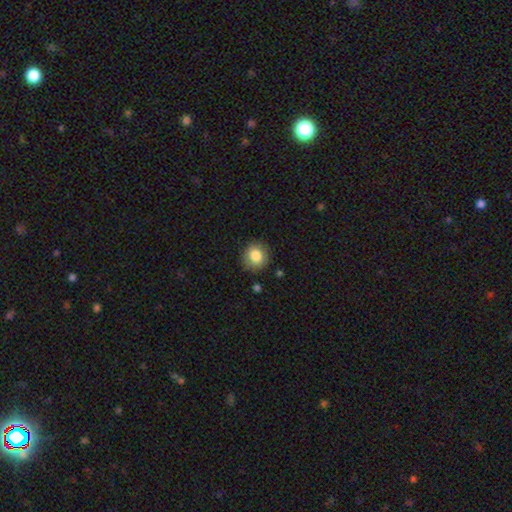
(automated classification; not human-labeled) Smooth or featured: smooth — 84% (star or artifact — 9%)
How rounded: round — 82% (in between — 17%)
Merging: none — 86% (minor disturbance — 10%)